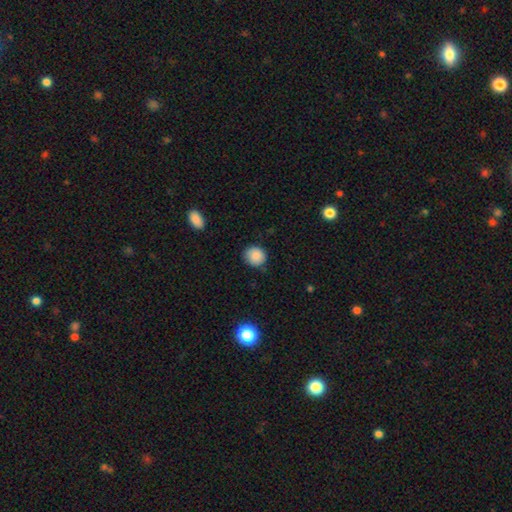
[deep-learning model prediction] Smooth or featured? Predicted: smooth (p=0.87). How rounded? Predicted: round (p=0.84). Merging? Predicted: none (p=0.80).